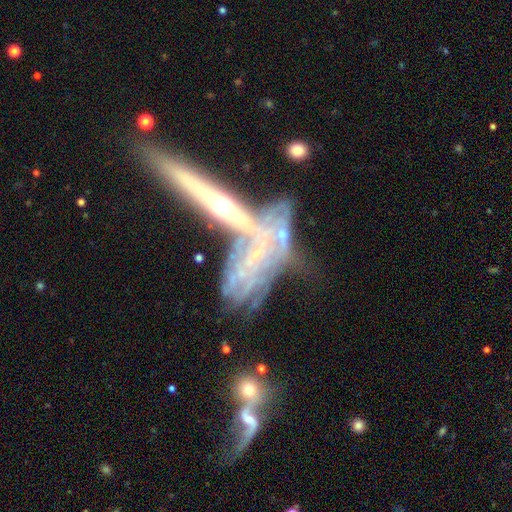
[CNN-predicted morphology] type=featured or disk (77%); edge-on=yes (65%); merging=merger (37%, tied with none).